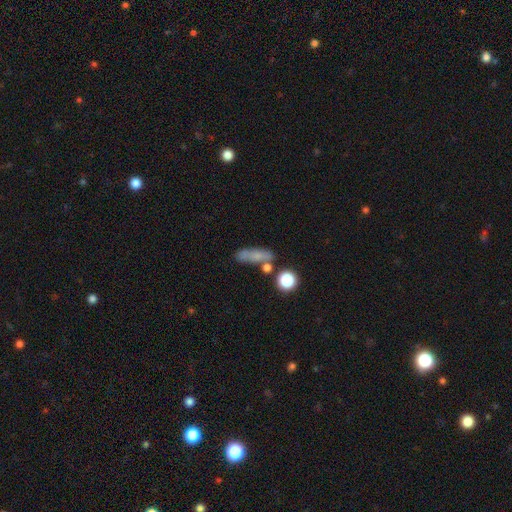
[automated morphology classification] smooth 67%, featured or disk 19%, star or artifact 13%. Down the decision tree: how rounded — cigar-shaped (48%); merging — none (62%).